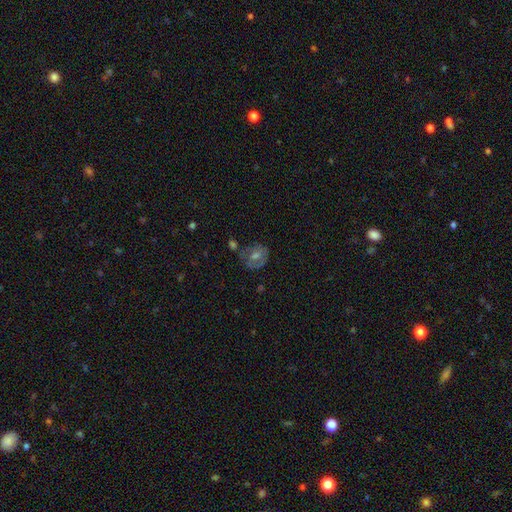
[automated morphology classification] A featured or disk galaxy (52%) with no bar (56%), spiral arms (50%, tied with no) and a moderate central bulge (65%). Merging: none (68%).